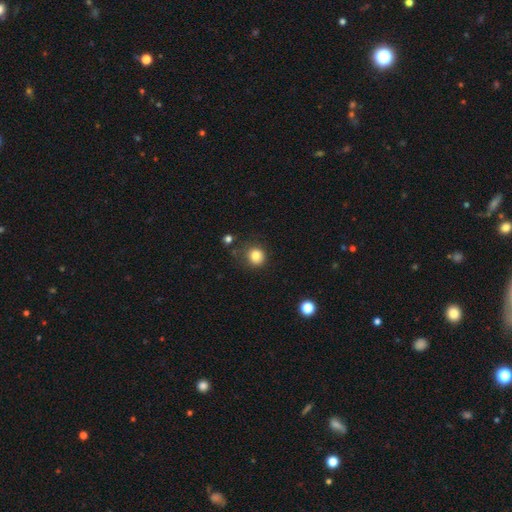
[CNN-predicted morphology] The model was most divided on "merging": none: 74%, minor disturbance: 17%, major disturbance: 5%, merger: 3%. More confident: smooth or featured — smooth (83%); how rounded — round (83%).